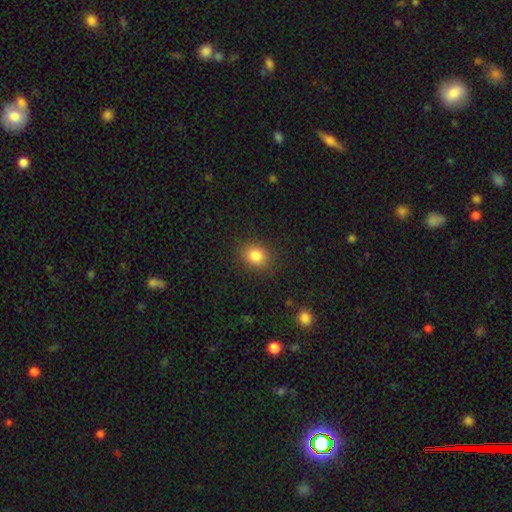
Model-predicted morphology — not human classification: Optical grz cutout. It shows a smooth galaxy with no disk features (84%) that is round (60%). Merging: none (88%).